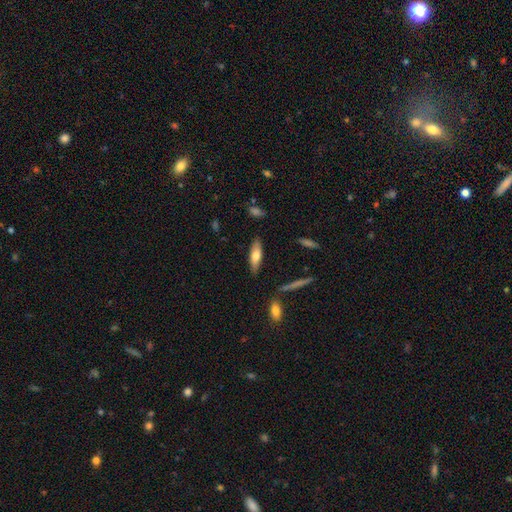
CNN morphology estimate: The model was most divided on "how rounded": in between: 51%, cigar-shaped: 47%, round: 2%. More confident: merging — none (82%); smooth or featured — smooth (66%).